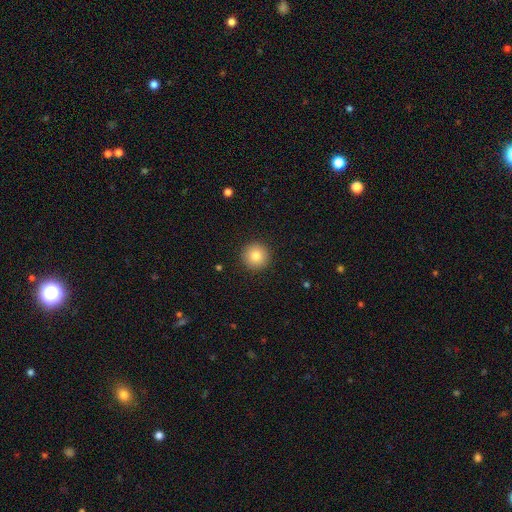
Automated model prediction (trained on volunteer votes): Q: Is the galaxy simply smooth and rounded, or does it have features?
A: smooth — 83%.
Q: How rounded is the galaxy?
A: round — 96%.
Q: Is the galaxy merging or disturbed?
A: none — 93%.